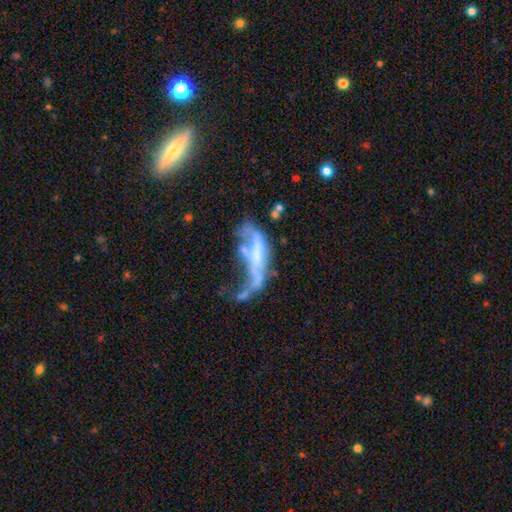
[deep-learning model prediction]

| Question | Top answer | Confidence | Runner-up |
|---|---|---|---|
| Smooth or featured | featured or disk | 60% | smooth (28%) |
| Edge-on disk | no | 83% | yes (17%) |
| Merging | major disturbance | 46% | merger (26%) |